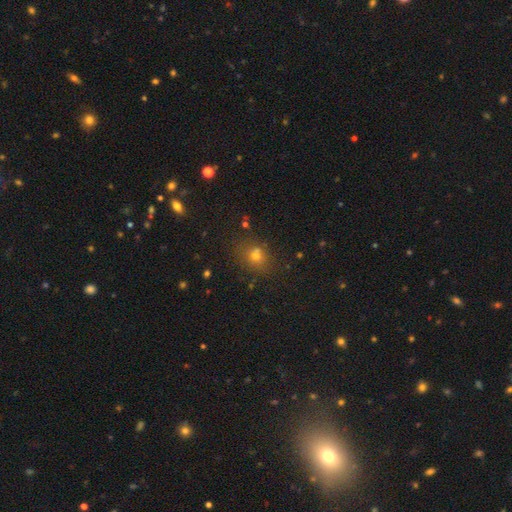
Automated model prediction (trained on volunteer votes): This is likely a smooth galaxy (65%). How rounded: likely round (68%). Merging: likely none (68%).